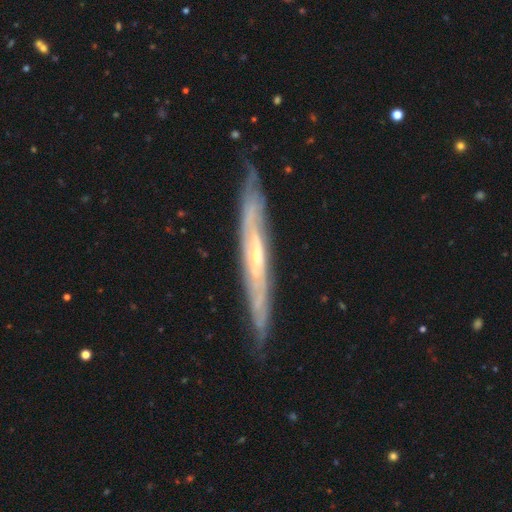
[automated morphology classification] Smooth or featured?
  - featured or disk: 78% *
  - smooth: 17%
  - star or artifact: 6%
Edge-on disk?
  - yes: 76% *
  - no: 24%
Edge-on bulge?
  - none: 54% *
  - rounded: 42%
  - boxy: 4%
Merging?
  - none: 82% *
  - minor disturbance: 14%
  - major disturbance: 2%
  - merger: 1%